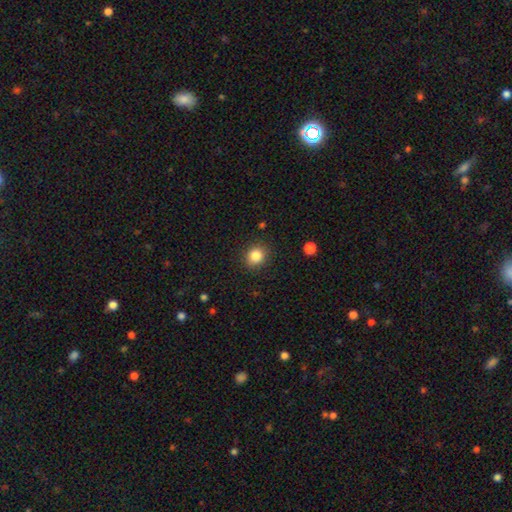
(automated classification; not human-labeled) smooth_or_featured: smooth (p=0.84) [alt: star or artifact p=0.10]
how_rounded: round (p=0.76) [alt: in between p=0.23]
merging: none (p=0.88) [alt: minor disturbance p=0.08]